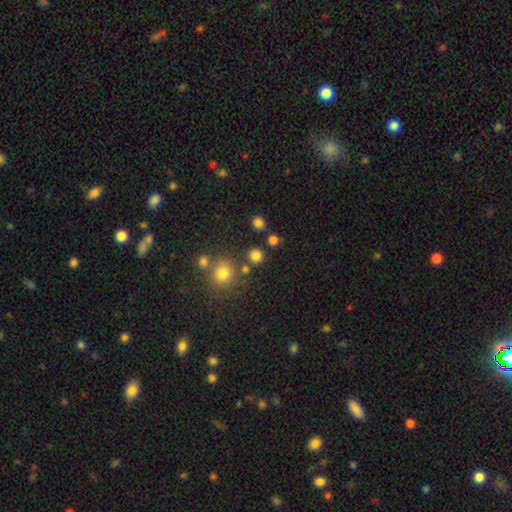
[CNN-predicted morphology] smooth_or_featured: smooth (p=0.79) [alt: star or artifact p=0.16]
how_rounded: round (p=0.88) [alt: in between p=0.11]
merging: none (p=0.80) [alt: merger p=0.09]